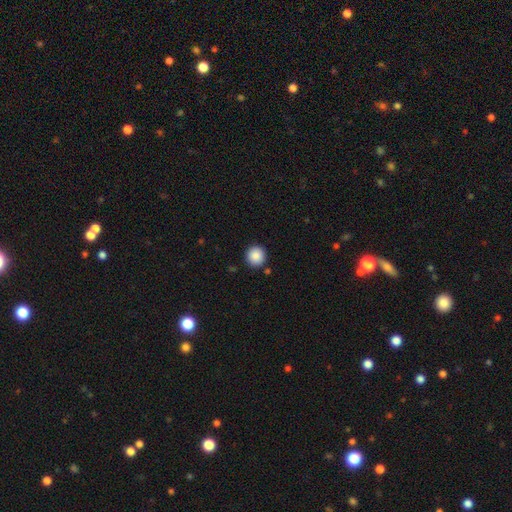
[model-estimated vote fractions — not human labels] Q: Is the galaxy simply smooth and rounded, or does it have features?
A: smooth — 88%.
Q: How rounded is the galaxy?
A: round — 93%.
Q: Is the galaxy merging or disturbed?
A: none — 90%.